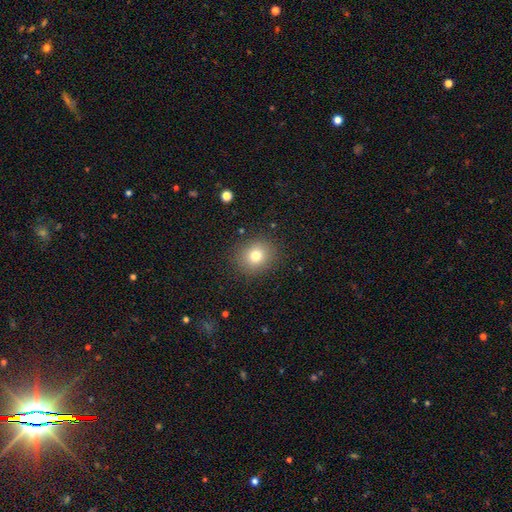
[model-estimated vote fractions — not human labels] Smooth or featured? Predicted: smooth (p=0.78). How rounded? Predicted: round (p=0.77). Merging? Predicted: none (p=0.87).